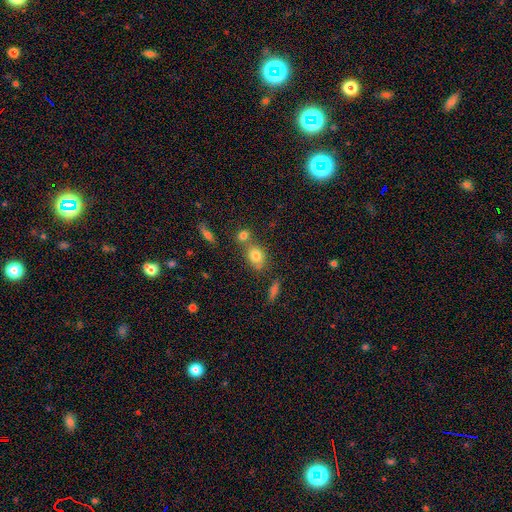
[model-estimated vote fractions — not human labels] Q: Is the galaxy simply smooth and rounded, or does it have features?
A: smooth — 79%.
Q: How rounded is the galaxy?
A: in between — 57%.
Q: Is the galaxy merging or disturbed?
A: none — 52%.